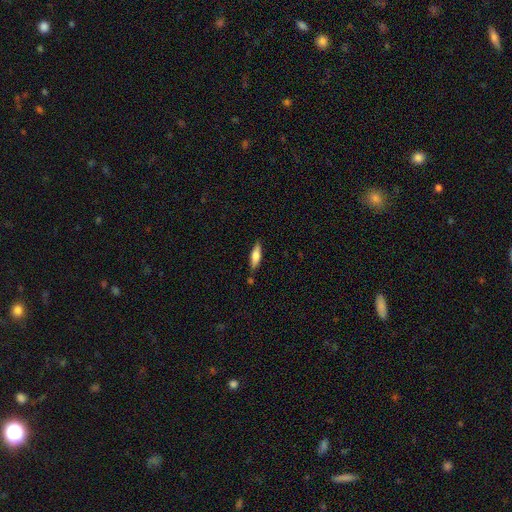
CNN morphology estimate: smooth-or-featured: smooth: 64% | featured or disk: 30% | star or artifact: 6%
  how-rounded: cigar-shaped: 53% | in between: 45% | round: 2%
  merging: none: 80% | minor disturbance: 13% | merger: 4% | major disturbance: 3%